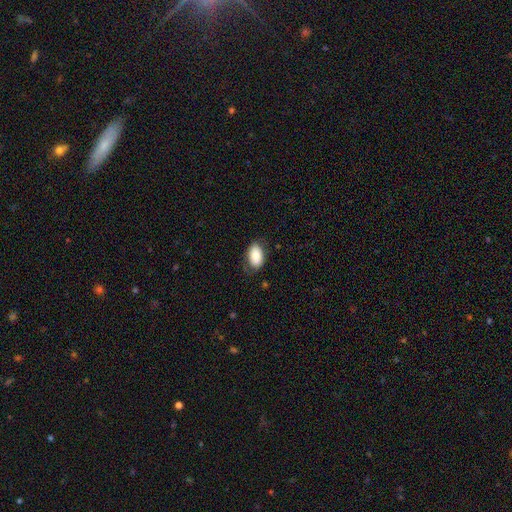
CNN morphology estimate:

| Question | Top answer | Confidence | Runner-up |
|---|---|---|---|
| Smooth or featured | smooth | 84% | featured or disk (9%) |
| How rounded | in between | 93% | round (5%) |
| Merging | none | 75% | minor disturbance (19%) |